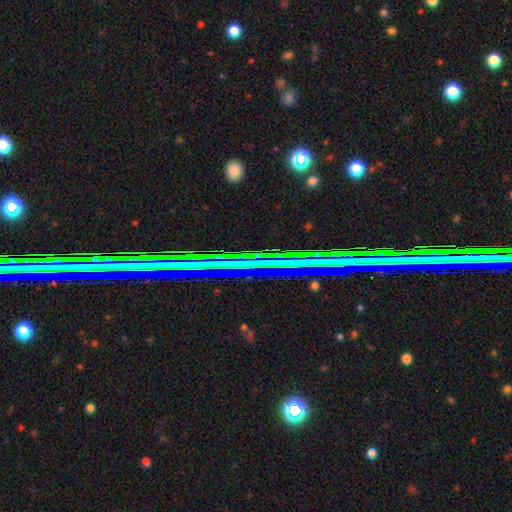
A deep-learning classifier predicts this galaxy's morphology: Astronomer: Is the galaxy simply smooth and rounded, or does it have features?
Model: star or artifact — 70%.